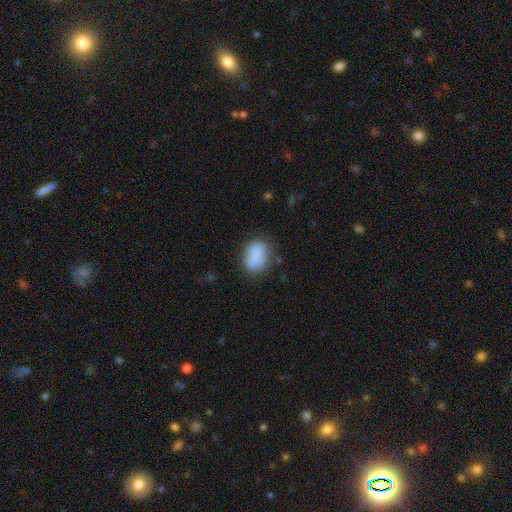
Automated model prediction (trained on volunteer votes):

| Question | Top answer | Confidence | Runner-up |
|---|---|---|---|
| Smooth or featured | smooth | 81% | featured or disk (11%) |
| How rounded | in between | 70% | round (28%) |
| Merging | none | 67% | minor disturbance (22%) |